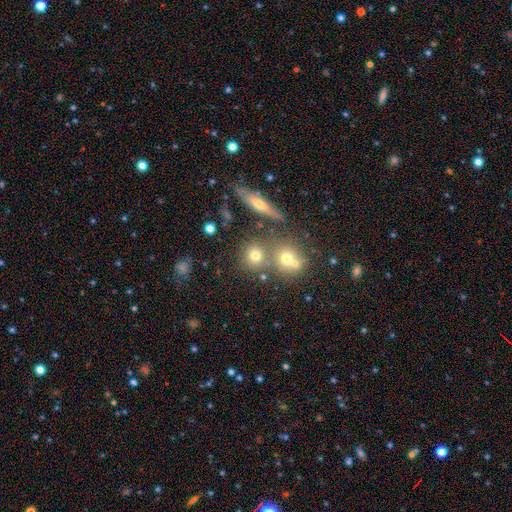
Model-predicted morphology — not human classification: Smooth or featured: smooth — 61% (featured or disk — 20%)
How rounded: round — 77% (in between — 18%)
Merging: none — 60% (merger — 27%)